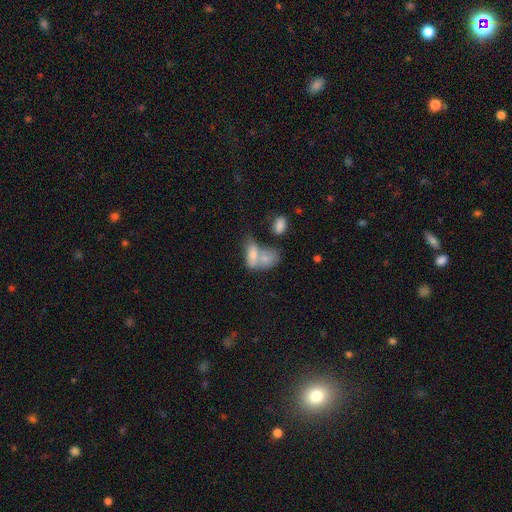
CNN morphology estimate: smooth_or_featured: smooth (p=0.72) [alt: featured or disk p=0.20]
how_rounded: in between (p=0.84) [alt: round p=0.09]
merging: merger (p=0.59) [alt: none p=0.22]